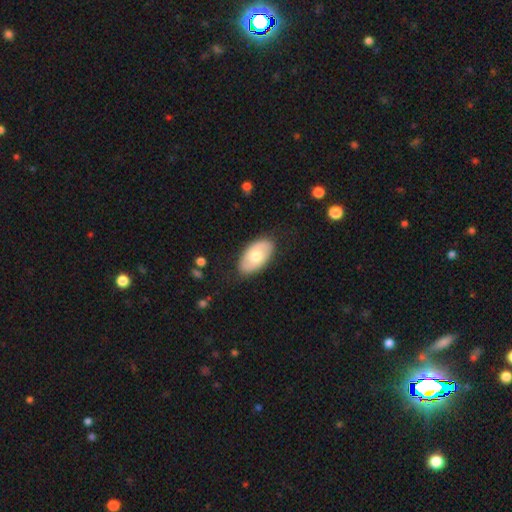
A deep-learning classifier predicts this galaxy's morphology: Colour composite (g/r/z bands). It shows a smooth galaxy with no disk features (57%) that is in between round and cigar-shaped (94%). Merging: none (83%).